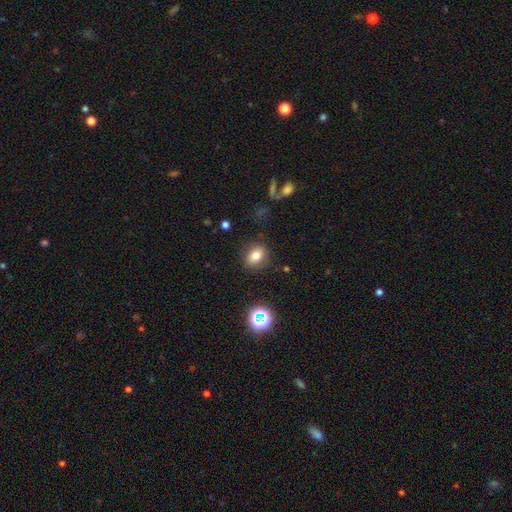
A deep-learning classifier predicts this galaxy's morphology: A smooth galaxy with no disk features (77%) that is in between round and cigar-shaped (55%). Merging: none (85%).